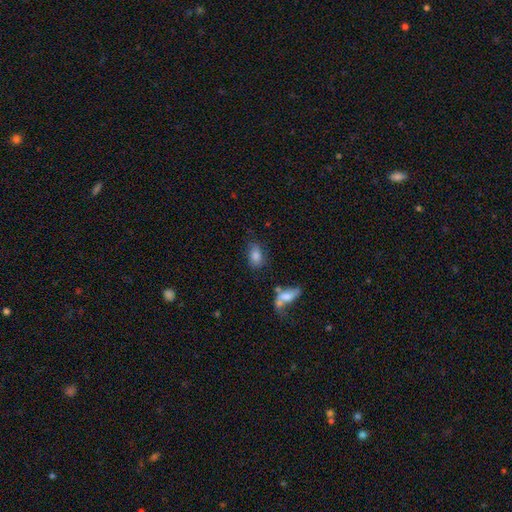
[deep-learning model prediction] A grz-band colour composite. It shows a smooth galaxy with no disk features (81%) that is in between round and cigar-shaped (86%). Merging: none (64%).